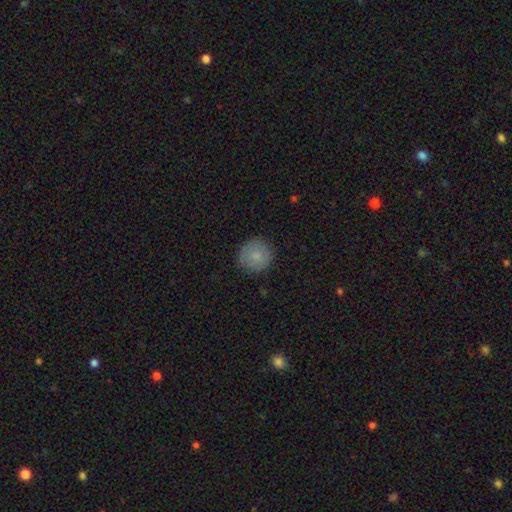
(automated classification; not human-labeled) smooth-or-featured: smooth: 82% | featured or disk: 10% | star or artifact: 7%
  how-rounded: round: 94% | in between: 6% | cigar-shaped: 1%
  merging: none: 87% | minor disturbance: 10% | major disturbance: 2% | merger: 1%